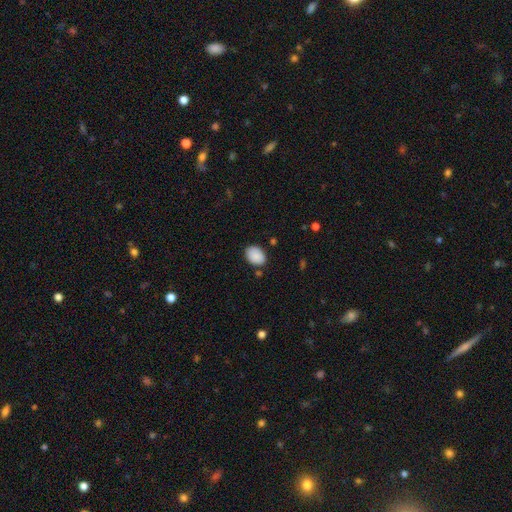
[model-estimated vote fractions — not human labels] The model was most divided on "how rounded": in between: 74%, round: 26%, cigar-shaped: 1%. More confident: smooth or featured — smooth (89%); merging — none (81%).